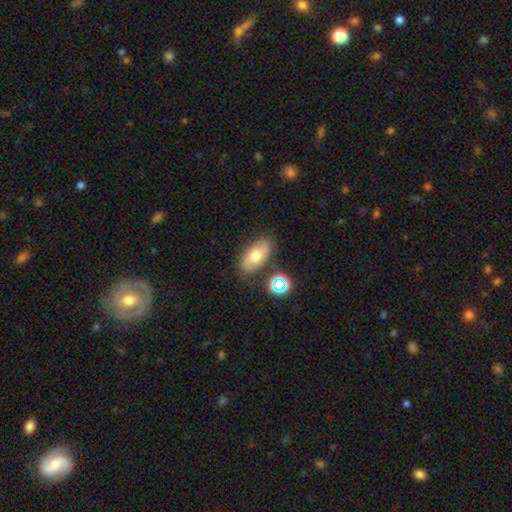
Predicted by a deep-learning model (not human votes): Q: Smooth or featured?
A: smooth (61%); runner-up: featured or disk (28%)
Q: How rounded?
A: in between (89%); runner-up: round (7%)
Q: Merging?
A: none (74%); runner-up: minor disturbance (16%)